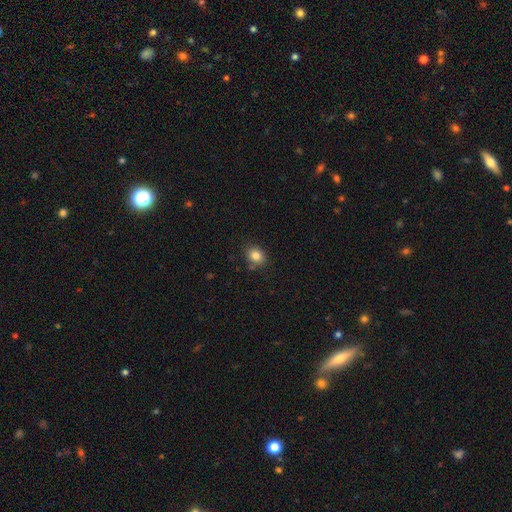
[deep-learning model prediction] This appears to be a smooth galaxy with no disk features (84%) that is in between round and cigar-shaped (52%). Merging: none (80%).